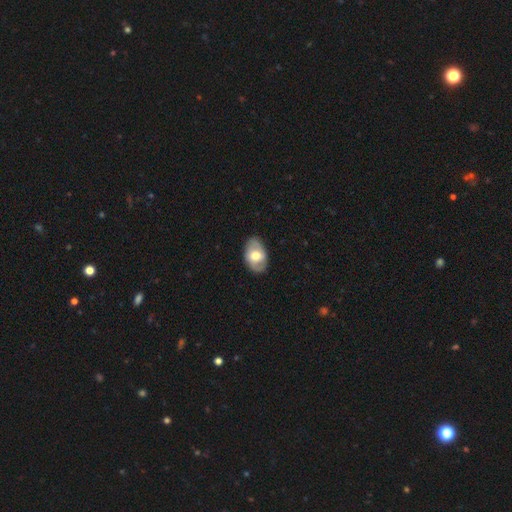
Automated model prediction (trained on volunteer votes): smooth-or-featured: smooth: 50% | featured or disk: 44% | star or artifact: 6%
  how-rounded: in between: 88% | round: 10% | cigar-shaped: 1%
  merging: none: 81% | minor disturbance: 14% | major disturbance: 3% | merger: 1%